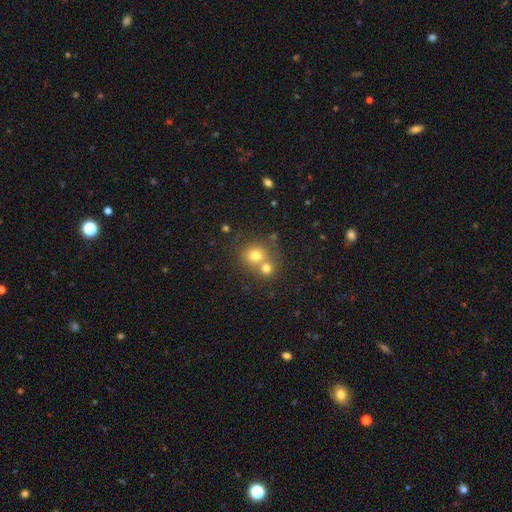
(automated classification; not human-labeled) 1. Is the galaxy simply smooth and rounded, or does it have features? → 73% smooth, 14% featured or disk, 13% star or artifact.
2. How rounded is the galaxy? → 85% round, 15% in between, 1% cigar-shaped.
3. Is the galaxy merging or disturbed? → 46% merger, 44% none, 7% minor disturbance, 3% major disturbance.